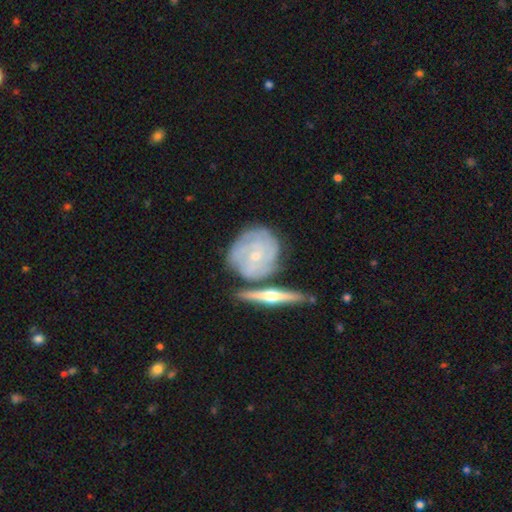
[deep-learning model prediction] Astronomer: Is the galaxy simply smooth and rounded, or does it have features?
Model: featured or disk — 75%.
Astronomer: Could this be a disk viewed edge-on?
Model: no — 86%.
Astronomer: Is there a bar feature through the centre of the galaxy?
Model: no — 75%.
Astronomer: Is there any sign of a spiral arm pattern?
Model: yes — 82%.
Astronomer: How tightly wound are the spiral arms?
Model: tight — 75%.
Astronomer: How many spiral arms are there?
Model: can't tell — 45%.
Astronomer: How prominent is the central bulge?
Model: small — 72%.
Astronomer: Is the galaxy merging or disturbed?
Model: none — 63%.